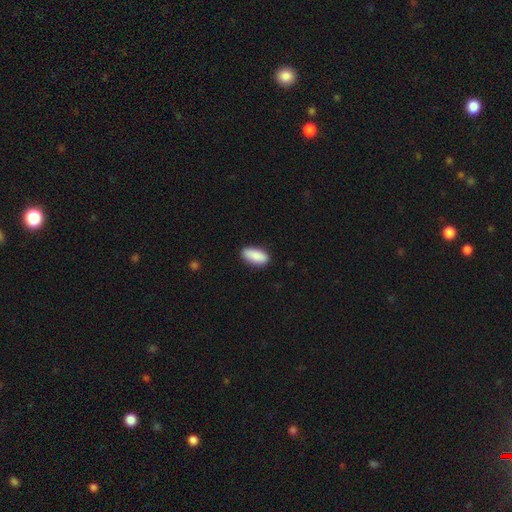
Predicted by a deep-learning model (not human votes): Q: Smooth or featured?
A: smooth (89%); runner-up: star or artifact (6%)
Q: How rounded?
A: in between (89%); runner-up: cigar-shaped (9%)
Q: Merging?
A: none (86%); runner-up: minor disturbance (11%)